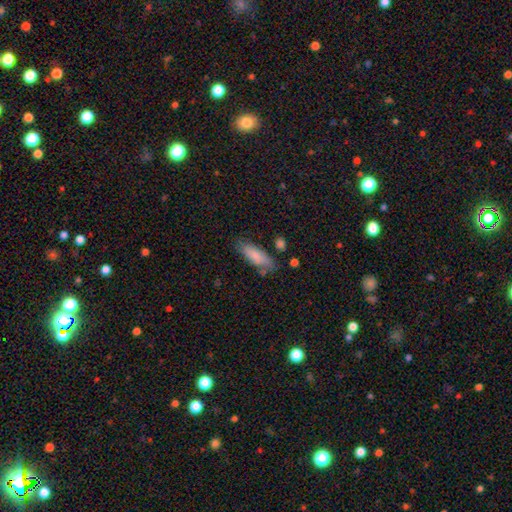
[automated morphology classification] Smooth or featured? Predicted: smooth (p=0.81). How rounded? Predicted: in between (p=0.55). Merging? Predicted: none (p=0.72).